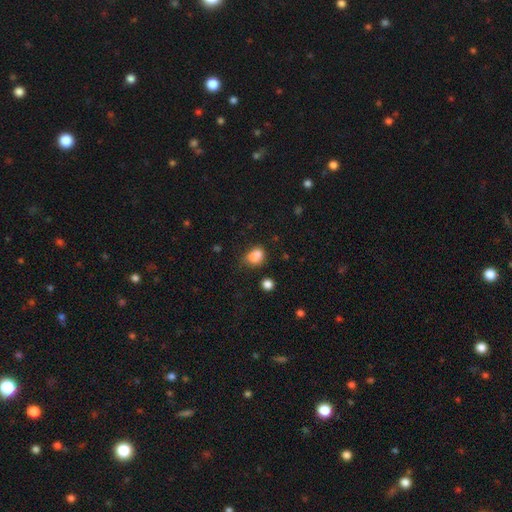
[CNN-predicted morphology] The model was most divided on "how rounded": in between: 56%, round: 42%, cigar-shaped: 1%. More confident: smooth or featured — smooth (83%); merging — none (52%).